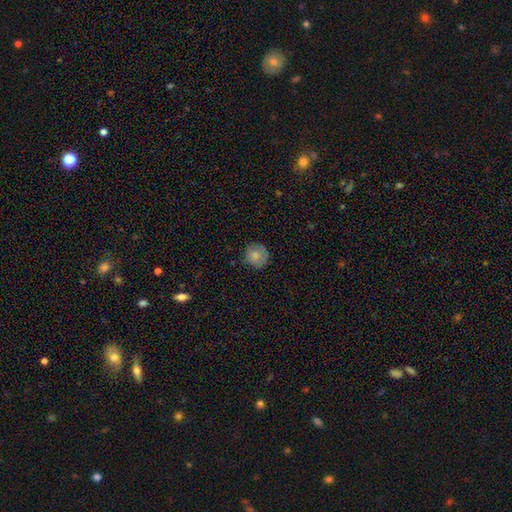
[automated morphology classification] Smooth or featured? smooth (77%)
How rounded? round (92%)
Merging? none (78%)